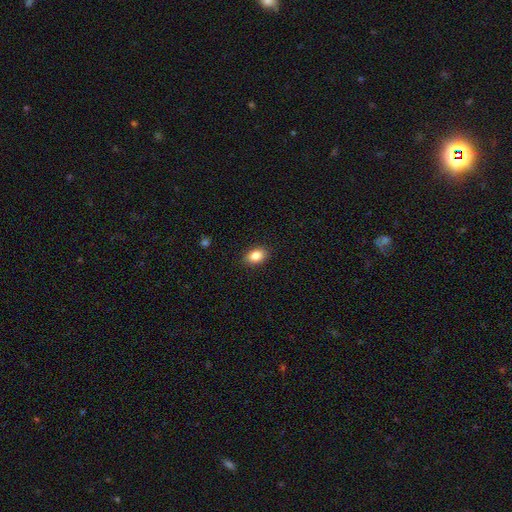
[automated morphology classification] A smooth galaxy with no disk features (85%) that is in between round and cigar-shaped (83%). Merging: none (89%).